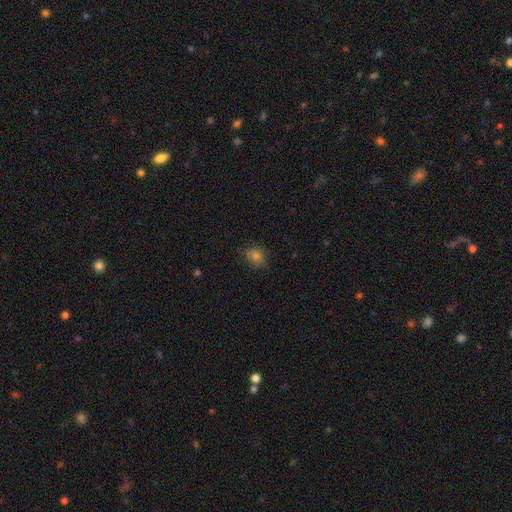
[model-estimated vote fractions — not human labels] Smooth or featured? smooth (74%)
How rounded? round (53%)
Merging? none (77%)